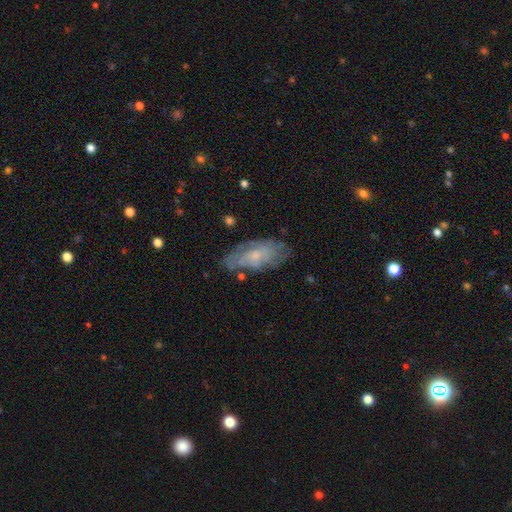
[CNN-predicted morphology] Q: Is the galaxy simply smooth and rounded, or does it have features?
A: featured or disk — 58%.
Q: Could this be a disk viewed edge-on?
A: no — 90%.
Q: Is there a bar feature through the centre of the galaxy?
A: no — 74%.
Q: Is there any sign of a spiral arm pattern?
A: yes — 69%.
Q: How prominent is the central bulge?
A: small — 53%.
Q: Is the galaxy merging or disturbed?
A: none — 67%.